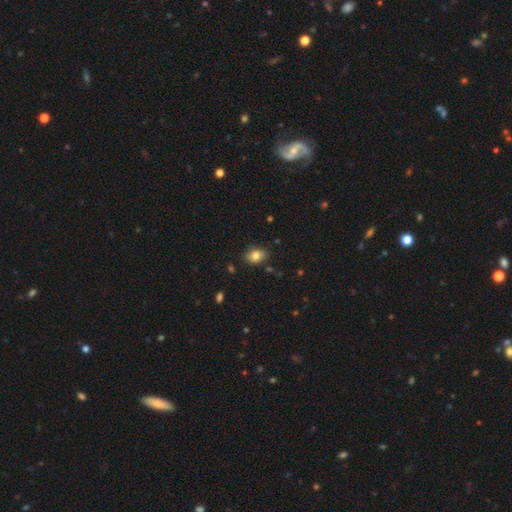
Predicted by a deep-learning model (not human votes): Overall: smooth (81%). How rounded: in between (72%). Merging: none (81%).